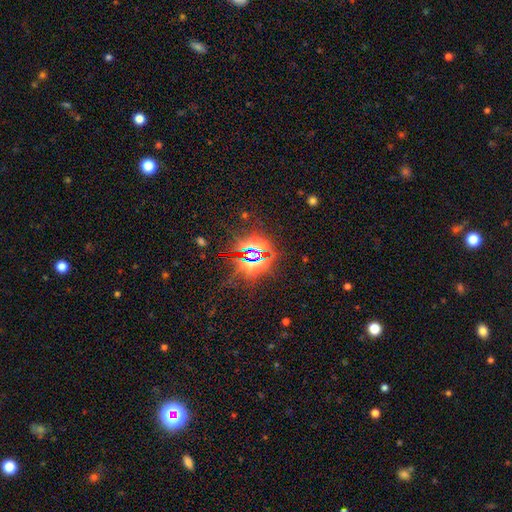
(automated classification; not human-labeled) star or artifact 82%, smooth 10%, featured or disk 8%.